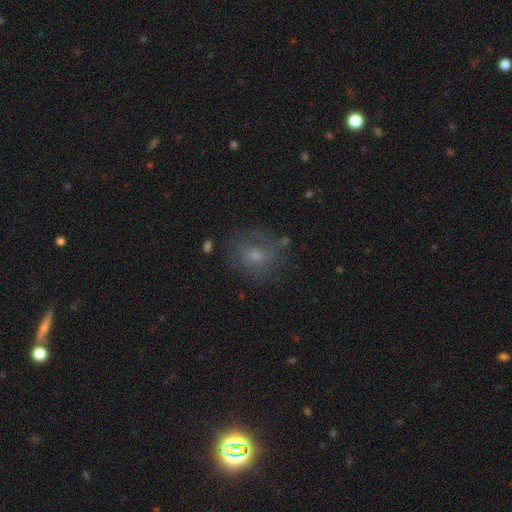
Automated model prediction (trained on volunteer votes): Smooth or featured?
  - smooth: 51% *
  - featured or disk: 34%
  - star or artifact: 15%
How rounded?
  - round: 62% *
  - in between: 37%
  - cigar-shaped: 1%
Merging?
  - none: 60% *
  - minor disturbance: 21%
  - major disturbance: 16%
  - merger: 3%